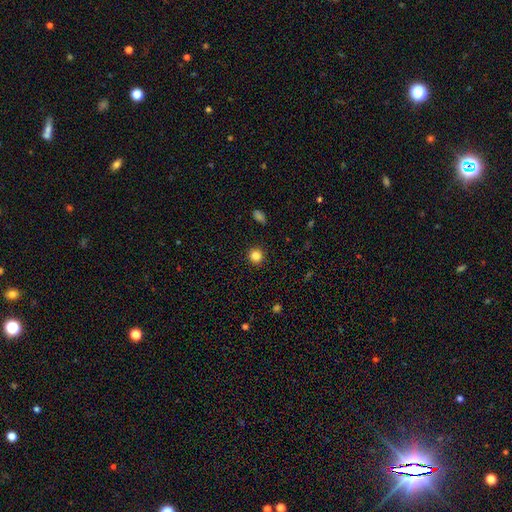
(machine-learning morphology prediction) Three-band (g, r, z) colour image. It shows a smooth galaxy with no disk features (84%) that is round (93%). Merging: none (92%).